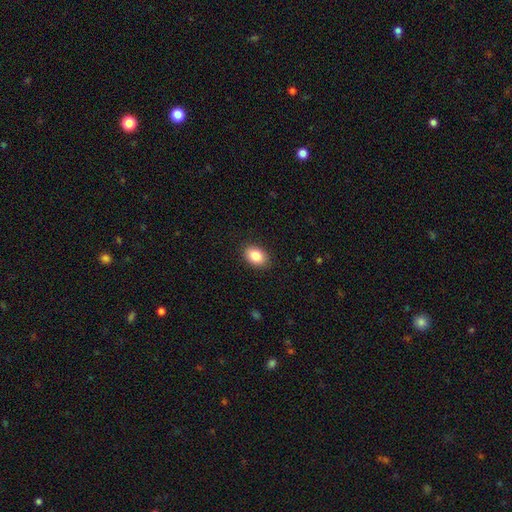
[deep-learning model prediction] smooth 86%, star or artifact 8%, featured or disk 6%. Down the decision tree: how rounded — in between (81%); merging — none (89%).